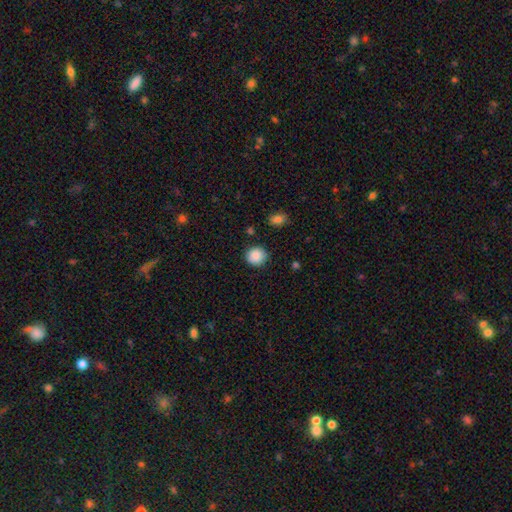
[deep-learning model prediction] Morphology: type=smooth (88%); roundness=round (91%); merging=none (86%).